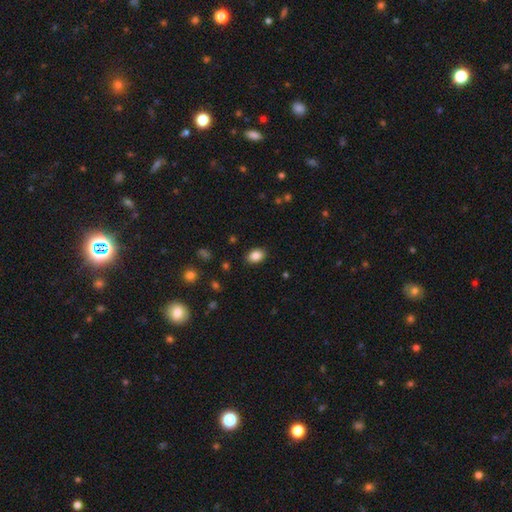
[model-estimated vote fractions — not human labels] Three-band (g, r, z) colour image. It shows a smooth galaxy with no disk features (86%) that is in between round and cigar-shaped (80%). Merging: none (88%).